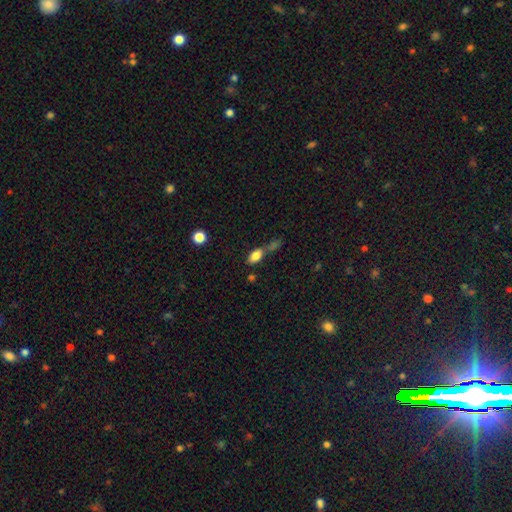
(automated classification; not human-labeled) smooth 81%, star or artifact 10%, featured or disk 10%. Down the decision tree: how rounded — in between (84%); merging — merger (42%).